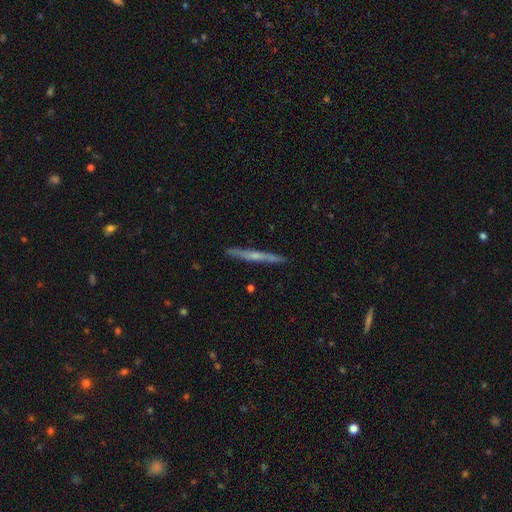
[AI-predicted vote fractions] A featured or disk galaxy (61%) viewed edge-on (97%) with a rounded central bulge (49%).

Vote fractions:
- Smooth or featured? featured or disk: 61% / smooth: 33% / star or artifact: 6%
- Edge-on disk? yes: 97% / no: 3%
- Edge-on bulge? rounded: 49% / none: 44% / boxy: 7%
- Merging? none: 91% / minor disturbance: 7% / major disturbance: 1% / merger: 1%